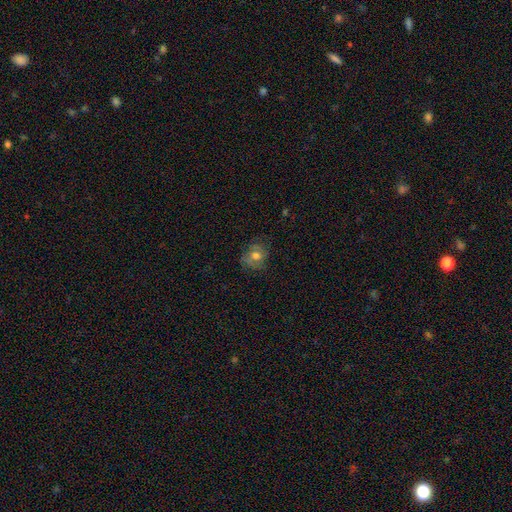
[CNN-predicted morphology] Smooth or featured? Predicted: smooth (p=0.59). How rounded? Predicted: round (p=0.70). Merging? Predicted: none (p=0.68).